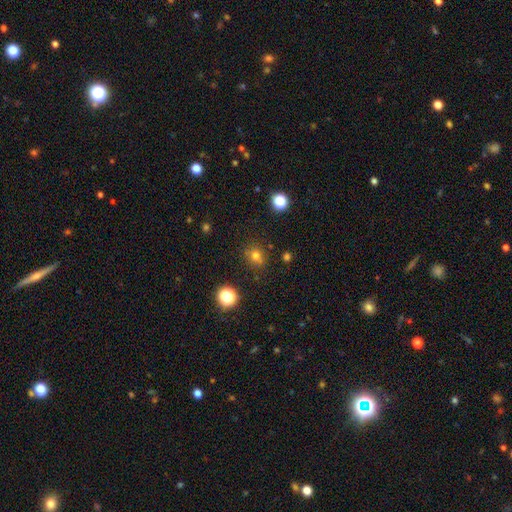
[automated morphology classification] smooth 71%, star or artifact 21%, featured or disk 8%. Down the decision tree: how rounded — round (81%); merging — none (80%).